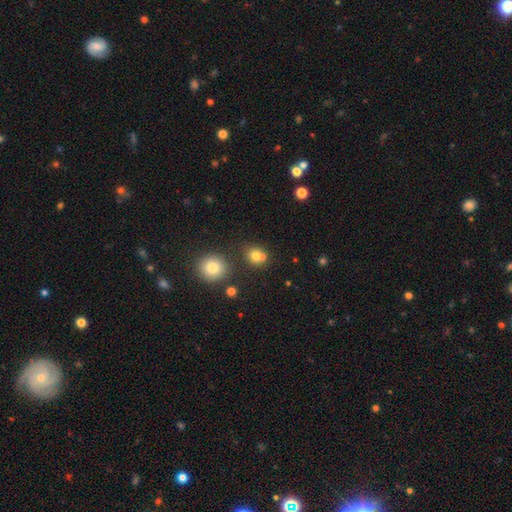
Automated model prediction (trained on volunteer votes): smooth 75%, star or artifact 15%, featured or disk 10%. Down the decision tree: how rounded — round (79%); merging — none (58%).